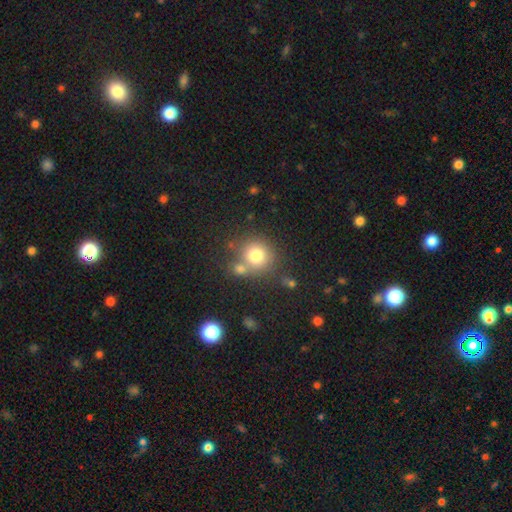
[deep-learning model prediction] Smooth or featured? Predicted: smooth (p=0.77). How rounded? Predicted: round (p=0.88). Merging? Predicted: none (p=0.62).